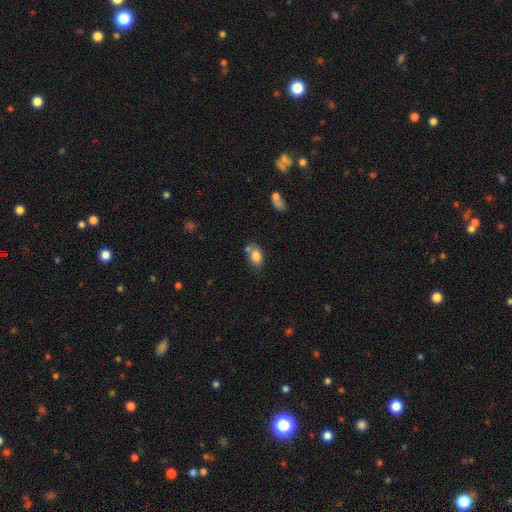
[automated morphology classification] Smooth or featured? Predicted: smooth (p=0.82). How rounded? Predicted: in between (p=0.87). Merging? Predicted: none (p=0.52).